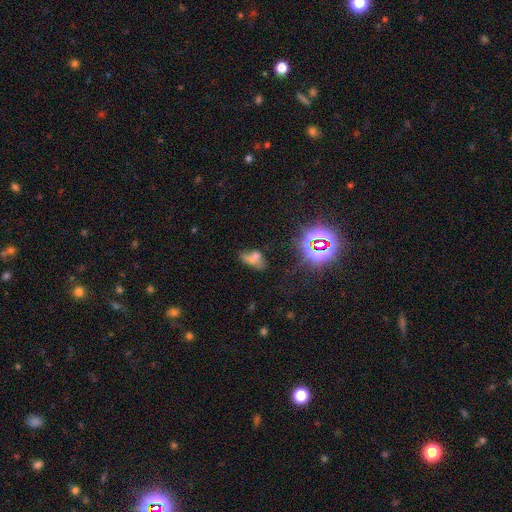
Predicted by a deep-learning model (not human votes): Overall: smooth (46%; star or artifact 32%). Merging: merger (35%; none 32%).